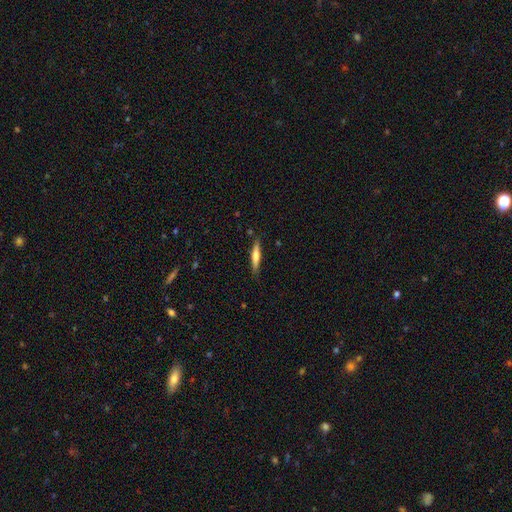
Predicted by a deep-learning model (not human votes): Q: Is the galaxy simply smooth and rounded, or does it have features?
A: smooth — 51%.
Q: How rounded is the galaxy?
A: cigar-shaped — 88%.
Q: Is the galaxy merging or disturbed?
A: none — 84%.